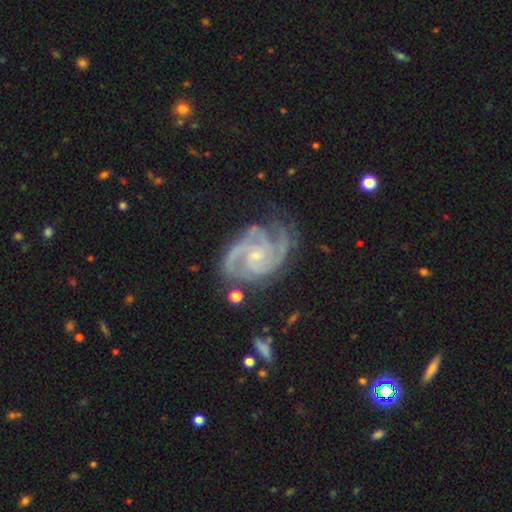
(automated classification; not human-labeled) This appears to be a featured or disk galaxy (93%) with no bar (59%), 2 (40%) tight (51%) spiral arms (99%) and a small central bulge (77%). Merging: none (66%).